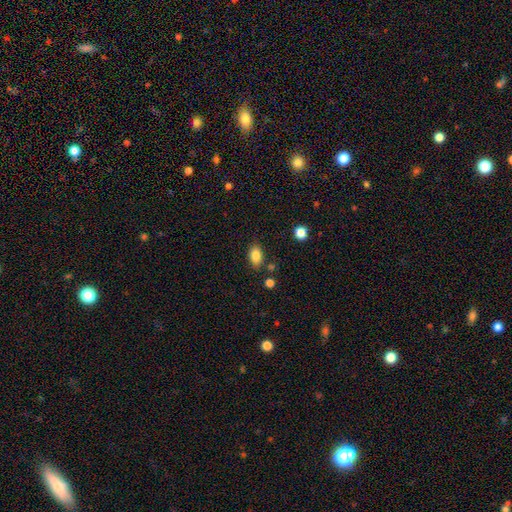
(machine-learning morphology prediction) smooth_or_featured: smooth (p=0.85) [alt: star or artifact p=0.09]
how_rounded: in between (p=0.87) [alt: round p=0.11]
merging: none (p=0.81) [alt: minor disturbance p=0.12]